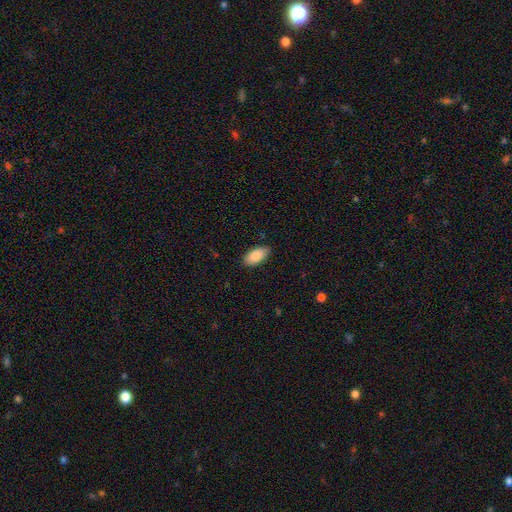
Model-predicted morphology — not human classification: Smooth or featured: smooth — 86% (featured or disk — 8%)
How rounded: in between — 93% (cigar-shaped — 5%)
Merging: none — 85% (minor disturbance — 12%)